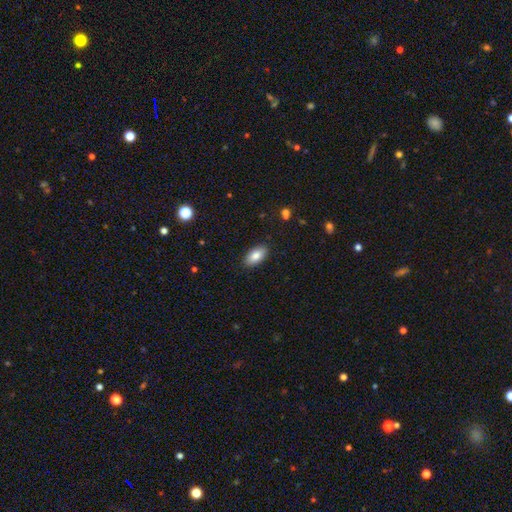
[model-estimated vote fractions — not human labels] Smooth or featured? Predicted: smooth (p=0.84). How rounded? Predicted: in between (p=0.92). Merging? Predicted: none (p=0.88).